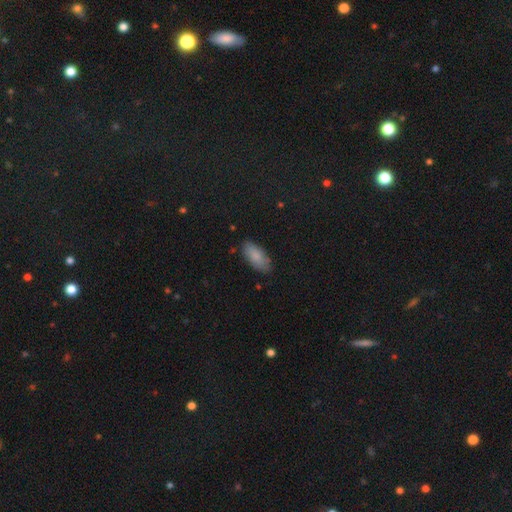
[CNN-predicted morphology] Overall: smooth (85%). How rounded: in between (89%). Merging: none (81%).